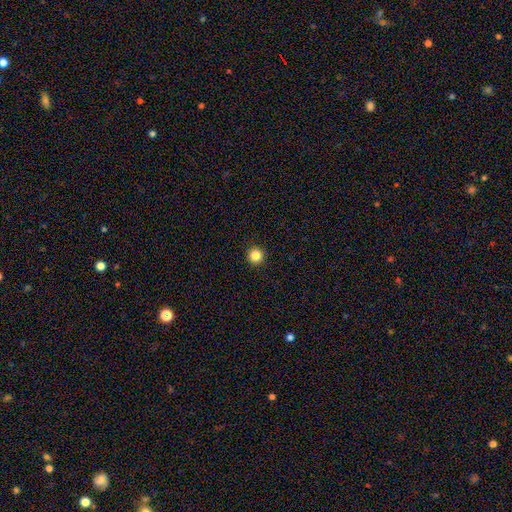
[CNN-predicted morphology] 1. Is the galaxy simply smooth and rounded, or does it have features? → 85% smooth, 11% star or artifact, 3% featured or disk.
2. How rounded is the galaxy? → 96% round, 3% in between, 1% cigar-shaped.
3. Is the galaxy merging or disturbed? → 94% none, 4% minor disturbance, 1% major disturbance, 1% merger.